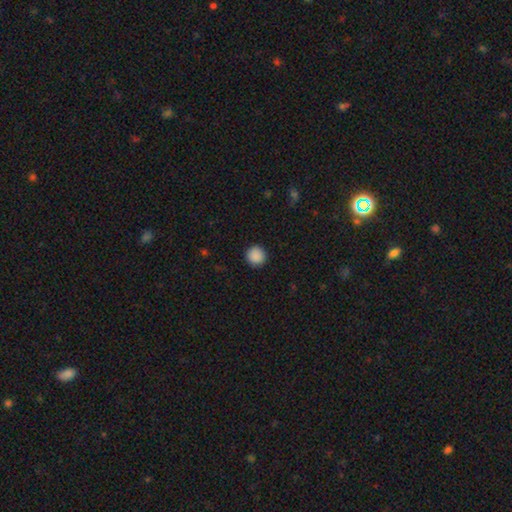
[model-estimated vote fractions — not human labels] A smooth galaxy with no disk features (89%) that is round (94%). Merging: none (92%).